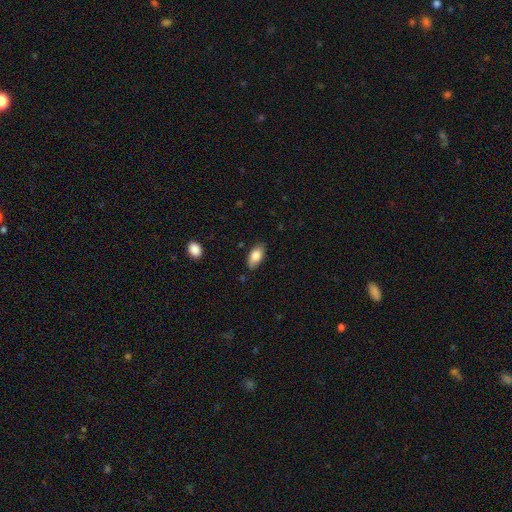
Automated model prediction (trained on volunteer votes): Smooth or featured: smooth — 81% (featured or disk — 12%)
How rounded: in between — 91% (cigar-shaped — 6%)
Merging: none — 81% (minor disturbance — 15%)